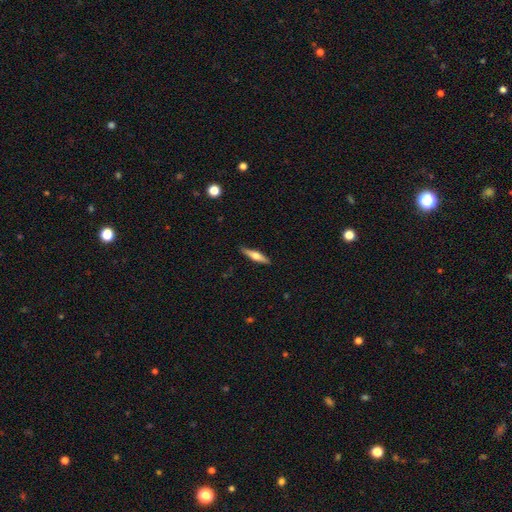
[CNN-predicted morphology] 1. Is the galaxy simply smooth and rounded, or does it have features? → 53% featured or disk, 41% smooth, 6% star or artifact.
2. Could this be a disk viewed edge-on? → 95% yes, 5% no.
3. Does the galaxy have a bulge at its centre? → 91% rounded, 6% boxy, 3% none.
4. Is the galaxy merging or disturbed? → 89% none, 8% minor disturbance, 2% major disturbance, 1% merger.